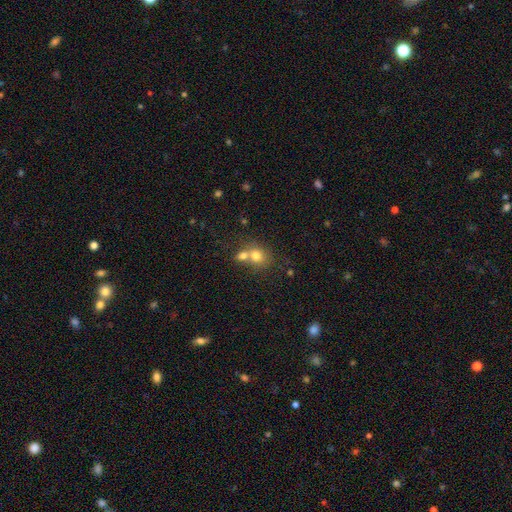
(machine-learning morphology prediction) type=smooth (75%); roundness=round (65%); merging=merger (57%).